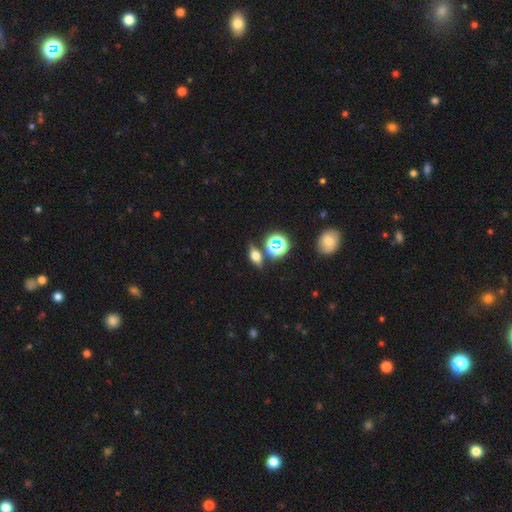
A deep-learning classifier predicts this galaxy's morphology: This is possibly a smooth galaxy (58%). How rounded: likely in between (70%). Merging: likely none (77%).